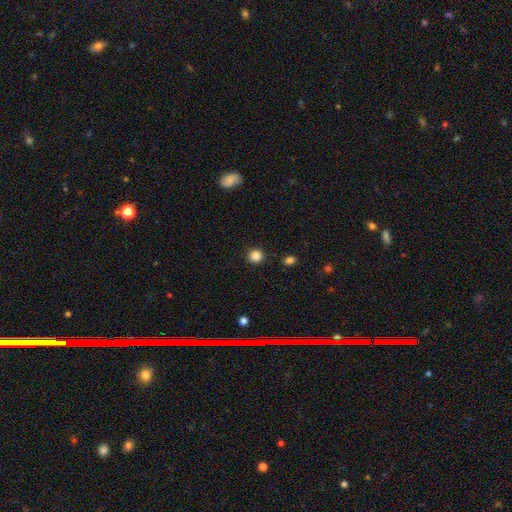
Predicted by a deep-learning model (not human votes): Smooth or featured? Predicted: smooth (p=0.85). How rounded? Predicted: round (p=0.92). Merging? Predicted: none (p=0.91).